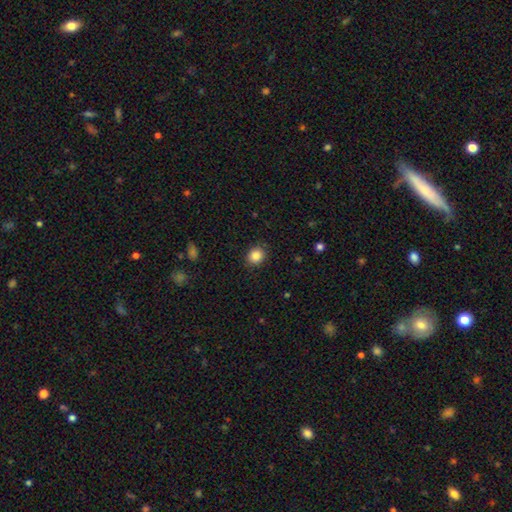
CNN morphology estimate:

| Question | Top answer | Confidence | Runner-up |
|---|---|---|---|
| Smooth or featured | smooth | 86% | star or artifact (10%) |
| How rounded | round | 71% | in between (28%) |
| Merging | none | 88% | minor disturbance (9%) |